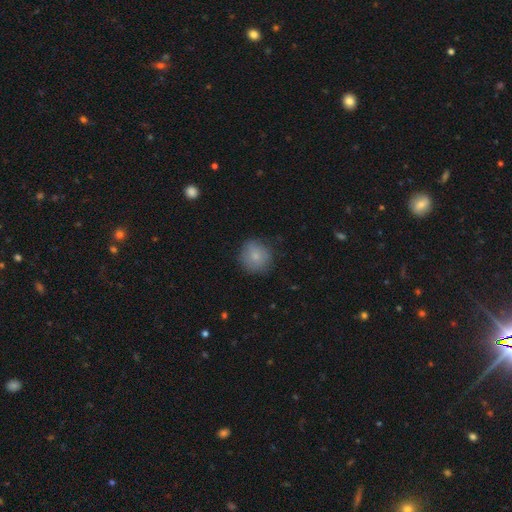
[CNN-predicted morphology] smooth 81%, featured or disk 11%, star or artifact 8%. Down the decision tree: how rounded — round (91%); merging — none (81%).